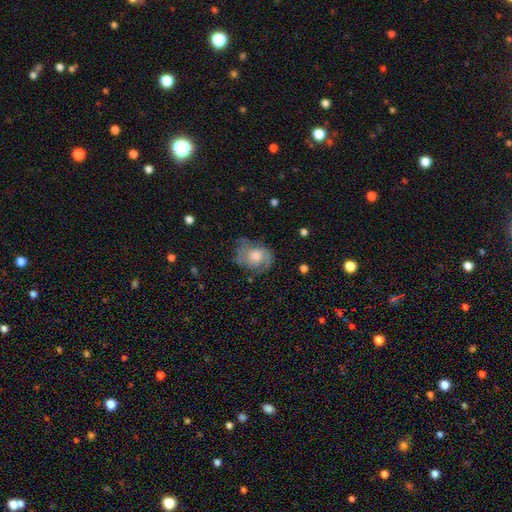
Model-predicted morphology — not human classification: featured or disk 53%, smooth 38%, star or artifact 9%. Down the decision tree: edge-on disk — no (96%); bar — no (77%); spiral arms — yes (75%); bulge size — moderate (51%); merging — none (63%).